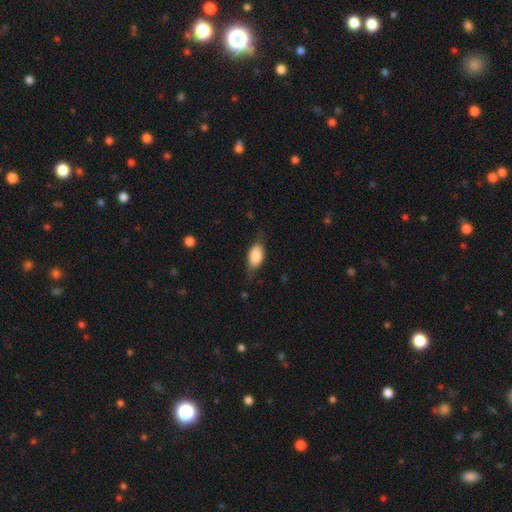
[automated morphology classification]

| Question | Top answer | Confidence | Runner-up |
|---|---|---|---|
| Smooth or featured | smooth | 78% | featured or disk (15%) |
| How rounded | in between | 89% | cigar-shaped (7%) |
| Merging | none | 62% | minor disturbance (27%) |